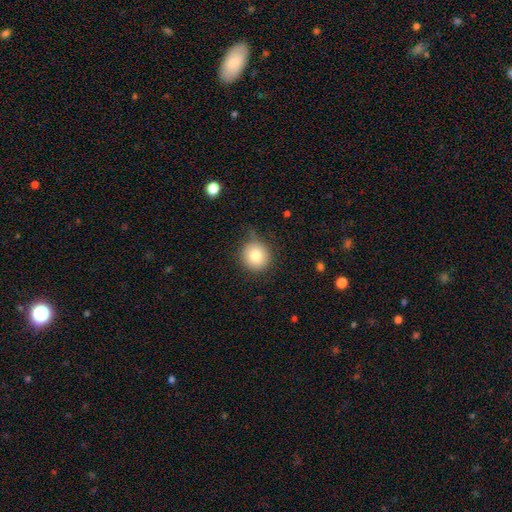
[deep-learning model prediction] Smooth or featured? smooth (81%)
How rounded? round (92%)
Merging? none (78%)